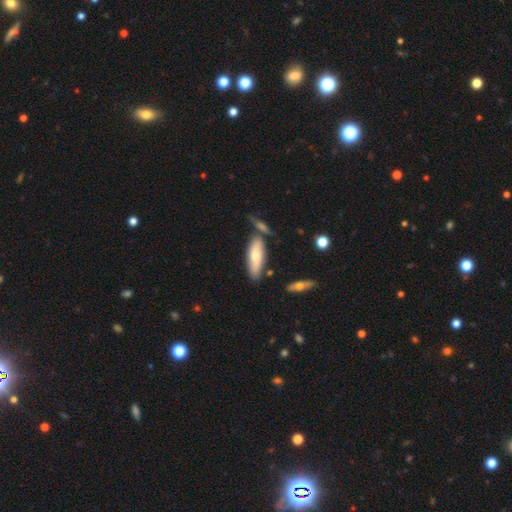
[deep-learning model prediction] Q: Smooth or featured?
A: smooth (68%); runner-up: featured or disk (27%)
Q: How rounded?
A: in between (52%); runner-up: cigar-shaped (47%)
Q: Merging?
A: none (63%); runner-up: minor disturbance (17%)